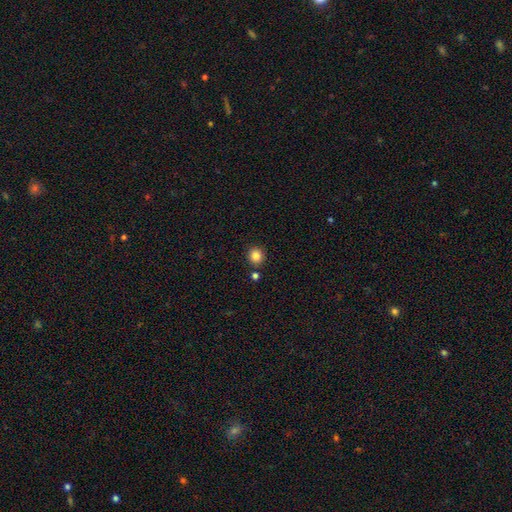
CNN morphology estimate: Smooth or featured? Predicted: smooth (p=0.85). How rounded? Predicted: round (p=0.88). Merging? Predicted: none (p=0.85).